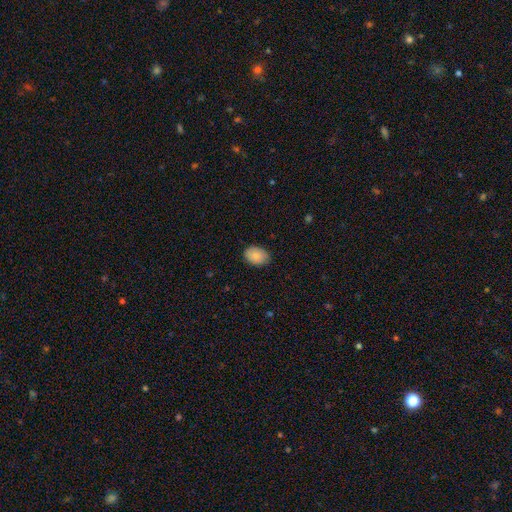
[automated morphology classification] A smooth galaxy with no disk features (86%) that is in between round and cigar-shaped (80%). Merging: none (85%).